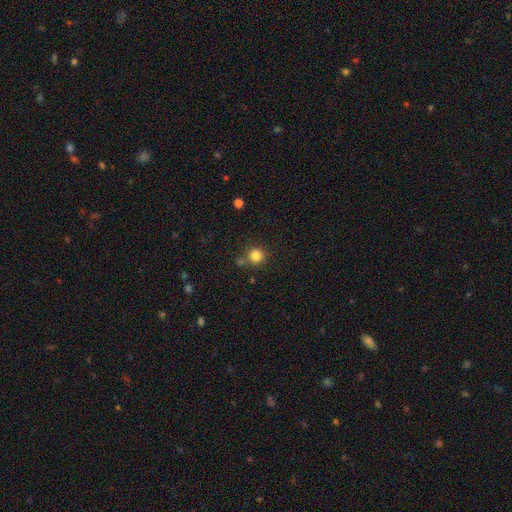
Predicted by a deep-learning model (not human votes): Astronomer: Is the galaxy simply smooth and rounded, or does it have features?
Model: smooth — 82%.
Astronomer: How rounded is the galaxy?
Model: round — 93%.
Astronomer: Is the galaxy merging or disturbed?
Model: none — 73%.